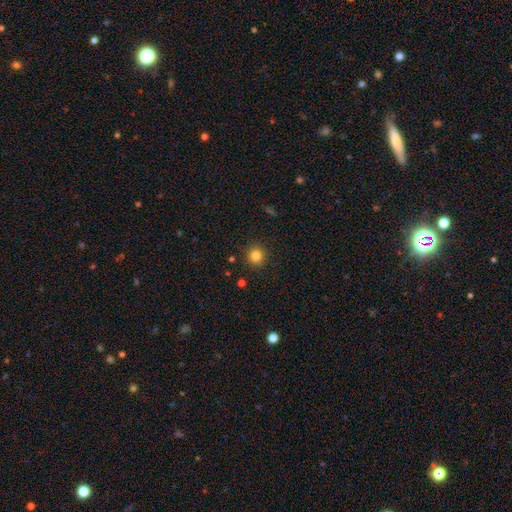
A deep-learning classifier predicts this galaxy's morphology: Smooth or featured? Predicted: smooth (p=0.83). How rounded? Predicted: round (p=0.94). Merging? Predicted: none (p=0.91).